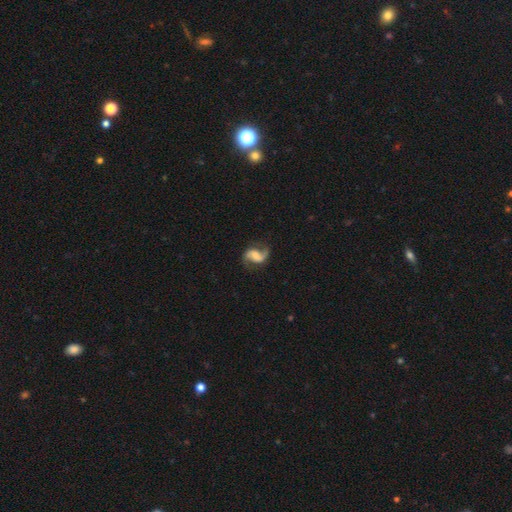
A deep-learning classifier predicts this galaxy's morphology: A featured or disk galaxy (82%) with a weak bar (44%), 2 (91%) loose (56%) spiral arms (96%) and a moderate central bulge (38%). Merging: none (75%).